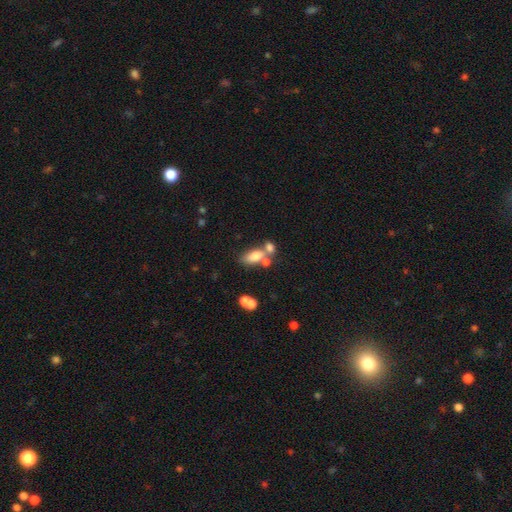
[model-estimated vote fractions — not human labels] Smooth or featured: smooth — 73% (featured or disk — 17%)
How rounded: in between — 84% (cigar-shaped — 8%)
Merging: merger — 43% (none — 39%)